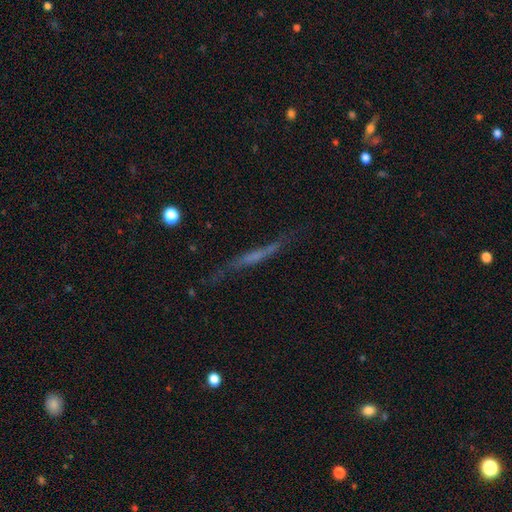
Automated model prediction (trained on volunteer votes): Overall: featured or disk (57%; smooth 31%). Edge-on disk: yes (82%). Merging: none (66%).